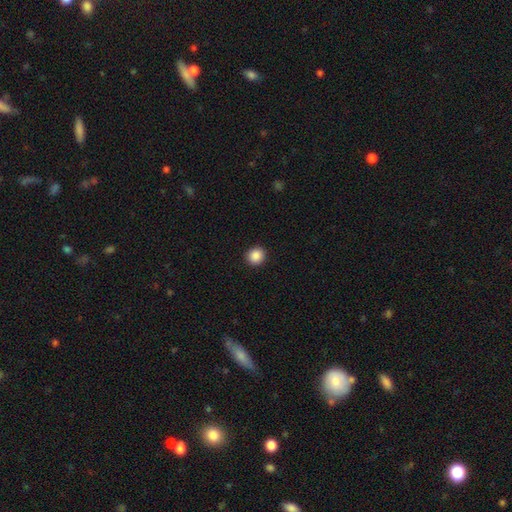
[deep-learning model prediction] Overall: smooth (88%). How rounded: round (90%). Merging: none (93%).